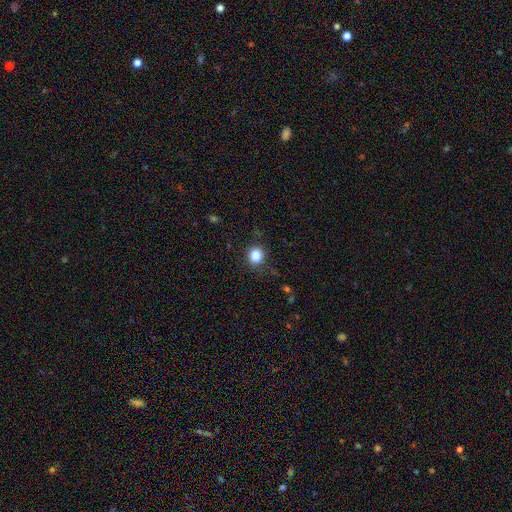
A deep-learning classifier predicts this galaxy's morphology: Smooth or featured?
  - smooth: 84% *
  - star or artifact: 11%
  - featured or disk: 4%
How rounded?
  - round: 80% *
  - in between: 19%
  - cigar-shaped: 1%
Merging?
  - none: 85% *
  - minor disturbance: 11%
  - major disturbance: 3%
  - merger: 1%